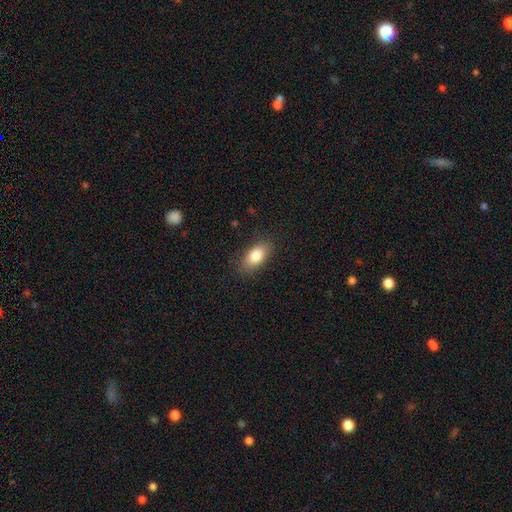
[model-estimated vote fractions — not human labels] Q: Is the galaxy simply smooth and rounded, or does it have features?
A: smooth — 83%.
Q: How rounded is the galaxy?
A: in between — 89%.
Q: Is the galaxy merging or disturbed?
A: none — 84%.